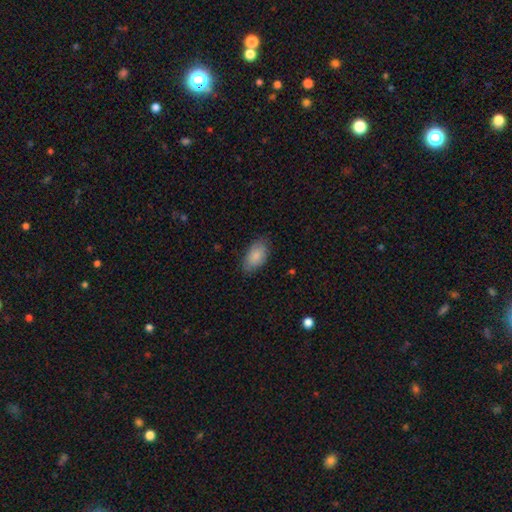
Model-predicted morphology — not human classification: smooth 87%, featured or disk 6%, star or artifact 6%. Down the decision tree: how rounded — in between (94%); merging — none (81%).